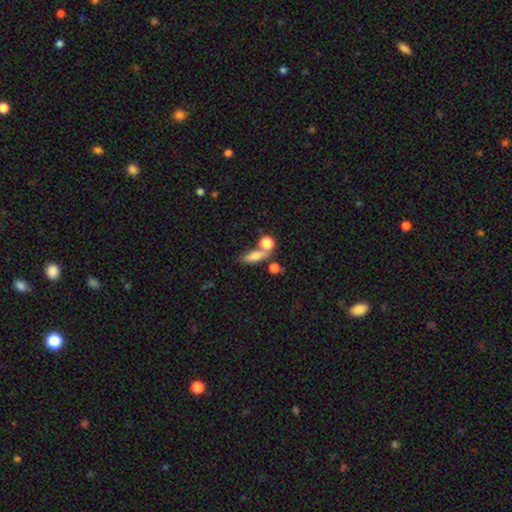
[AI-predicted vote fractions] smooth_or_featured: smooth (p=0.73) [alt: featured or disk p=0.16]
how_rounded: in between (p=0.58) [alt: cigar-shaped p=0.28]
merging: none (p=0.53) [alt: merger p=0.26]